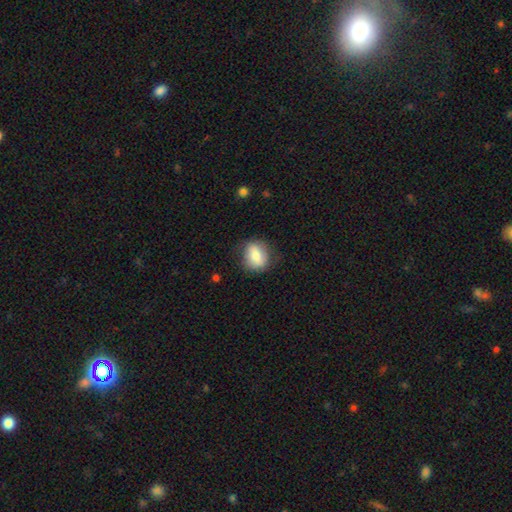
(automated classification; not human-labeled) This is likely a smooth galaxy (75%). How rounded: possibly round (54%). Merging: likely none (75%).